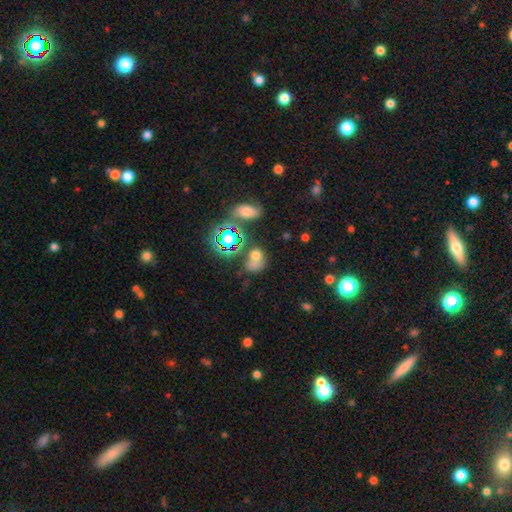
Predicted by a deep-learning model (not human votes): Smooth or featured? Predicted: smooth (p=0.58). How rounded? Predicted: in between (p=0.52). Merging? Predicted: none (p=0.42).